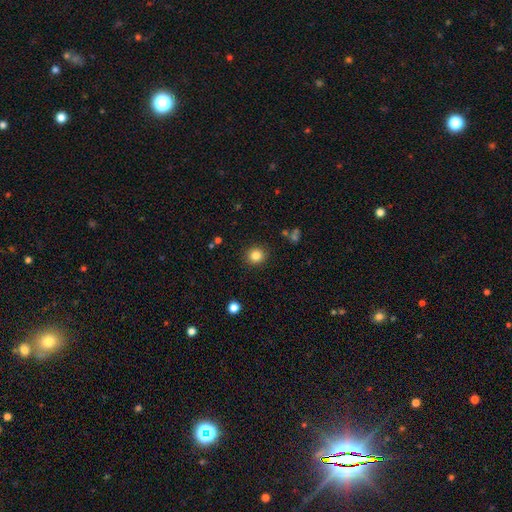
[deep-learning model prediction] Smooth or featured: smooth — 83% (star or artifact — 11%)
How rounded: round — 88% (in between — 11%)
Merging: none — 90% (minor disturbance — 7%)